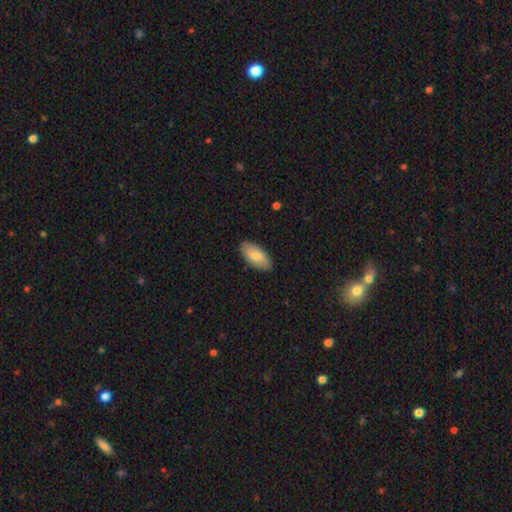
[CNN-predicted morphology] smooth-or-featured: smooth: 79% | featured or disk: 16% | star or artifact: 5%
  how-rounded: in between: 93% | cigar-shaped: 5% | round: 2%
  merging: none: 88% | minor disturbance: 9% | major disturbance: 2% | merger: 1%